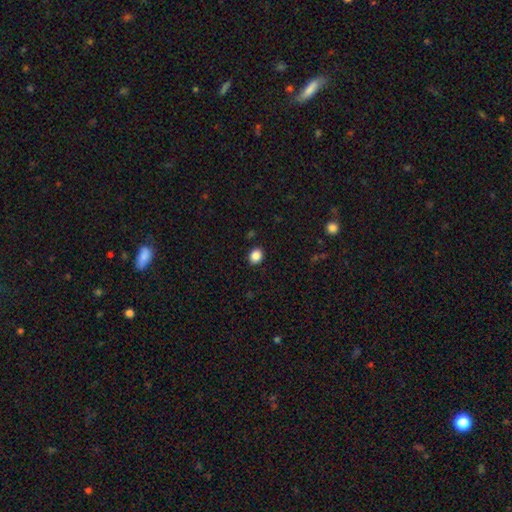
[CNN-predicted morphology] Smooth or featured: smooth — 87% (star or artifact — 10%)
How rounded: round — 65% (in between — 34%)
Merging: none — 90% (minor disturbance — 7%)